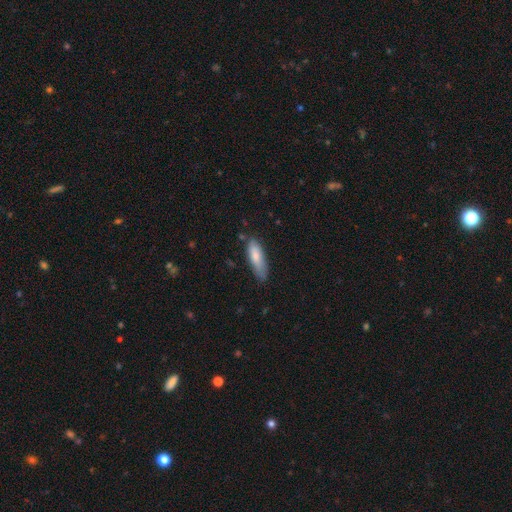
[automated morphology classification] smooth 79%, featured or disk 14%, star or artifact 6%. Down the decision tree: how rounded — cigar-shaped (51%); merging — none (67%).